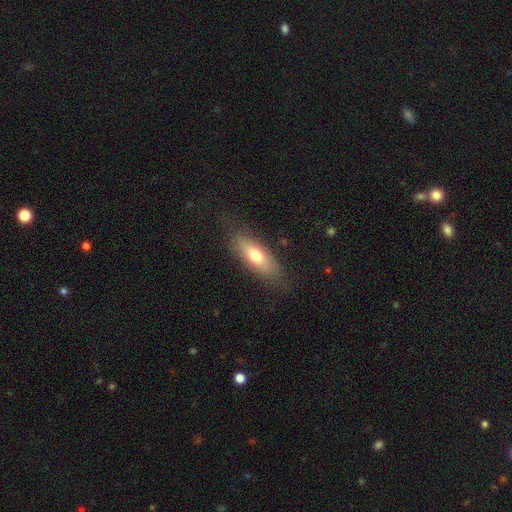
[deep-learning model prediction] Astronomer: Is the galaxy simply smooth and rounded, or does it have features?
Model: smooth — 69%.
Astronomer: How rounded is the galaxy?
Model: in between — 69%.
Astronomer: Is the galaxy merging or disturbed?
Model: none — 77%.